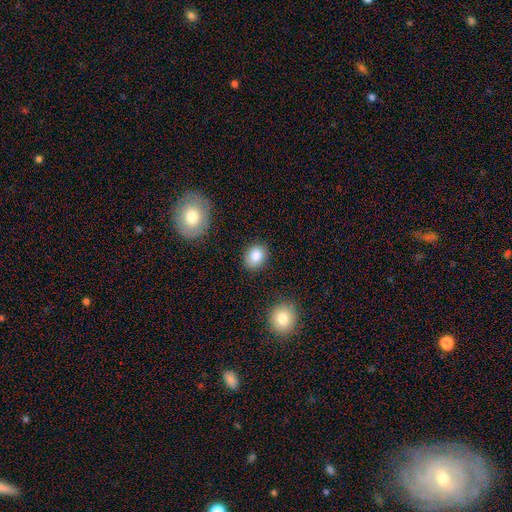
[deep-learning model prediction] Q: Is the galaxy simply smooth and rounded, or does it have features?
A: smooth — 84%.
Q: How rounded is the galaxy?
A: round — 51%.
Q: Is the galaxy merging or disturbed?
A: none — 86%.